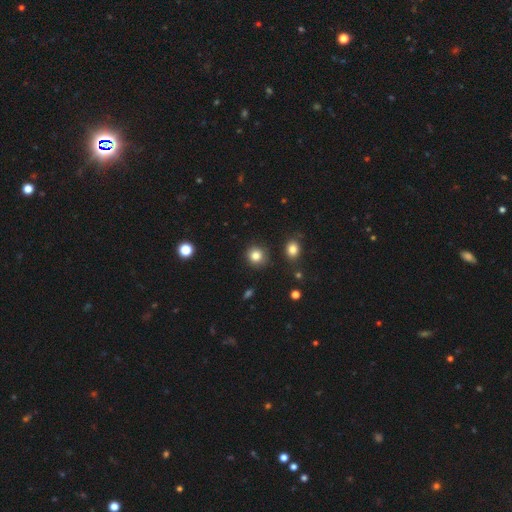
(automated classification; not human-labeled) Smooth or featured? smooth (84%)
How rounded? round (88%)
Merging? none (87%)